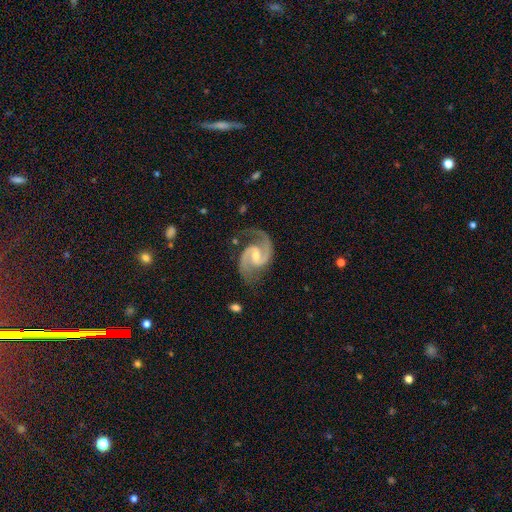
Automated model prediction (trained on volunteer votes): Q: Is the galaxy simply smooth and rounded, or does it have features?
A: featured or disk — 94%.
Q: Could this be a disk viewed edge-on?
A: no — 98%.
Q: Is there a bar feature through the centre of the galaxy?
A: weak — 54%.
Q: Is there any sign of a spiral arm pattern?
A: yes — 99%.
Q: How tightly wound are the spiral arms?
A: medium — 66%.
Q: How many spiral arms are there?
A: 2 — 94%.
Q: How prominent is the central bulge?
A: small — 50%.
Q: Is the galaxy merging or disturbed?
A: none — 77%.